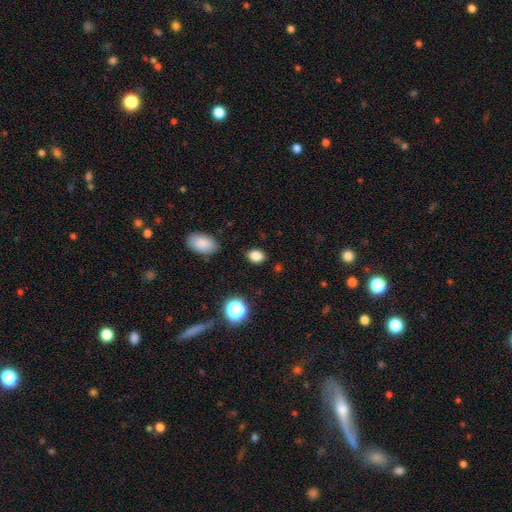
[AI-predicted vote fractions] Q: Smooth or featured?
A: smooth (83%); runner-up: star or artifact (12%)
Q: How rounded?
A: in between (70%); runner-up: round (29%)
Q: Merging?
A: none (85%); runner-up: minor disturbance (10%)